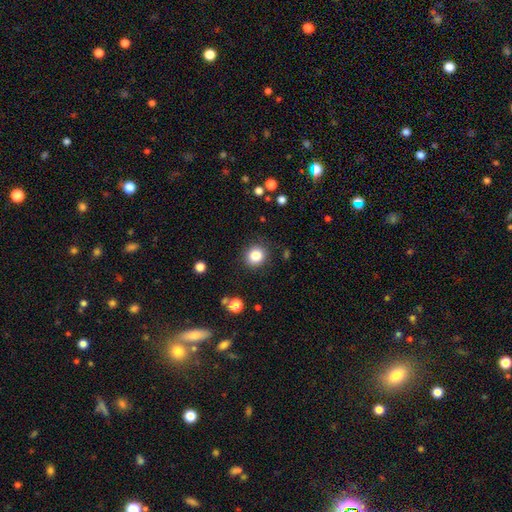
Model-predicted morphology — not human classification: Smooth or featured? Predicted: smooth (p=0.84). How rounded? Predicted: round (p=0.88). Merging? Predicted: none (p=0.88).